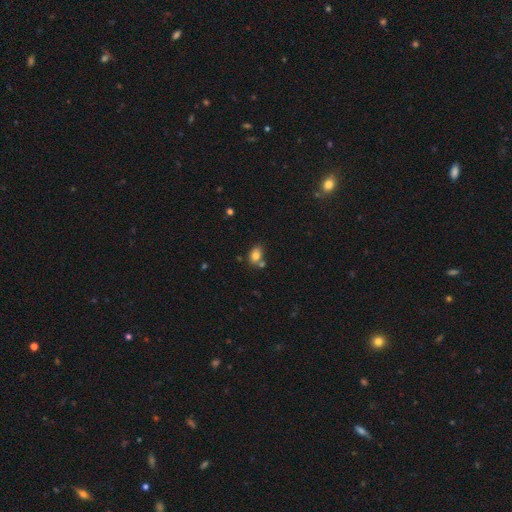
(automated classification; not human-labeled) Smooth or featured? Predicted: smooth (p=0.80). How rounded? Predicted: in between (p=0.77). Merging? Predicted: none (p=0.61).